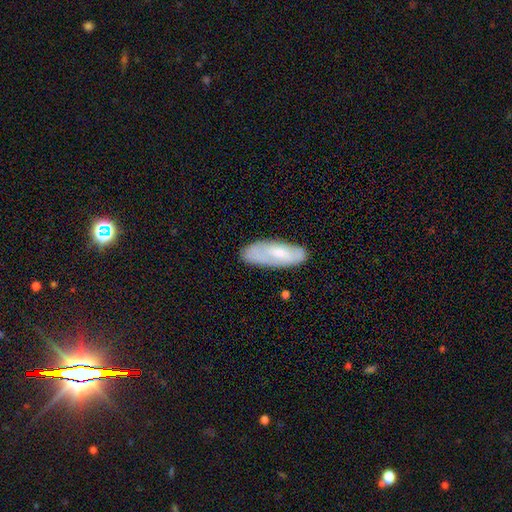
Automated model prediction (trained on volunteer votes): Smooth or featured: smooth — 61% (featured or disk — 32%)
How rounded: in between — 73% (cigar-shaped — 25%)
Merging: none — 66% (minor disturbance — 23%)